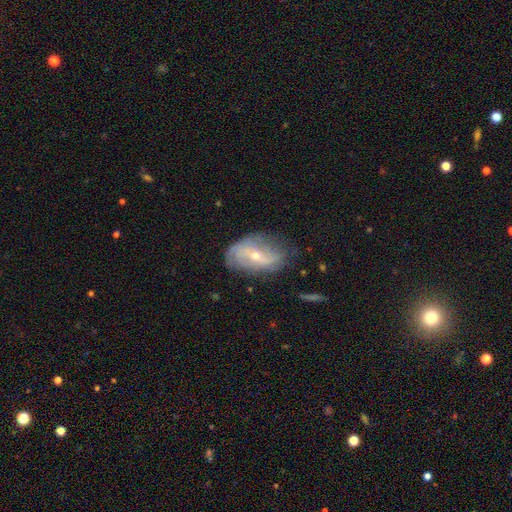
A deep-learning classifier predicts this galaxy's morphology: smooth_or_featured: featured or disk (p=0.74) [alt: smooth p=0.18]
disk_edge_on: no (p=0.92) [alt: yes p=0.08]
bar: weak (p=0.38) [alt: no p=0.36]
has_spiral_arms: yes (p=0.79) [alt: no p=0.21]
spiral_winding: loose (p=0.44) [alt: medium p=0.32]
spiral_arm_count: 2 (p=0.52) [alt: can't tell p=0.30]
bulge_size: small (p=0.58) [alt: moderate p=0.39]
merging: none (p=0.63) [alt: minor disturbance p=0.25]